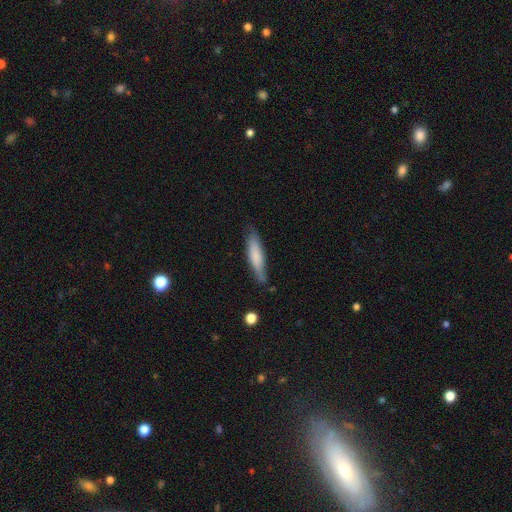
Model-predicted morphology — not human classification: Smooth or featured: smooth — 73% (featured or disk — 21%)
How rounded: cigar-shaped — 79% (in between — 19%)
Merging: none — 74% (minor disturbance — 20%)